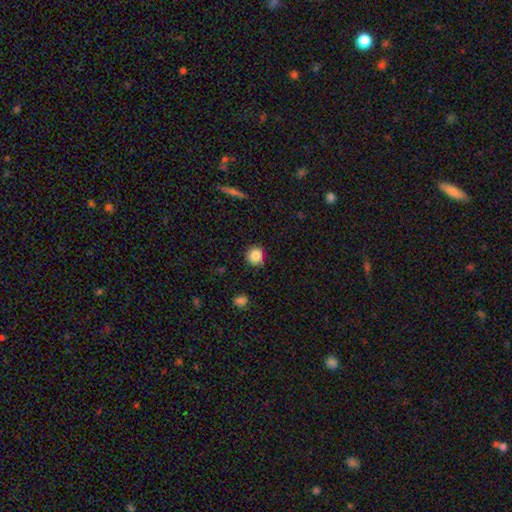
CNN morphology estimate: smooth 84%, star or artifact 10%, featured or disk 6%. Down the decision tree: how rounded — round (91%); merging — none (87%).